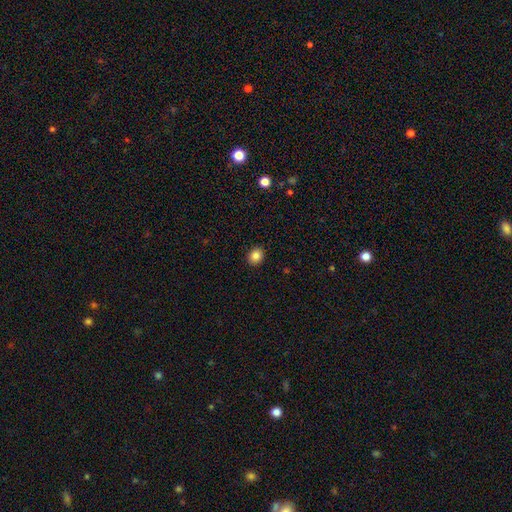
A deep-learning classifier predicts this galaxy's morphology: Smooth or featured: smooth — 85% (star or artifact — 10%)
How rounded: round — 69% (in between — 30%)
Merging: none — 91% (minor disturbance — 6%)